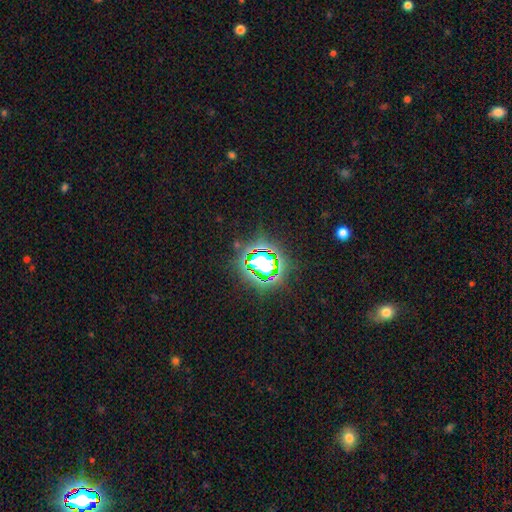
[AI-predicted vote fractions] A star or artifact, not a galaxy (76%).